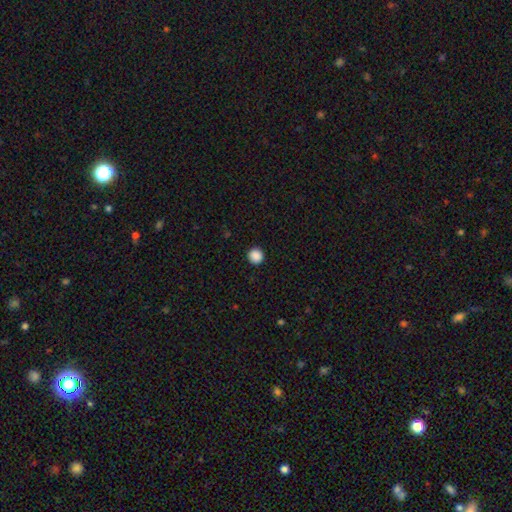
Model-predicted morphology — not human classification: Q: Smooth or featured?
A: smooth (88%); runner-up: star or artifact (10%)
Q: How rounded?
A: round (94%); runner-up: in between (5%)
Q: Merging?
A: none (93%); runner-up: minor disturbance (5%)